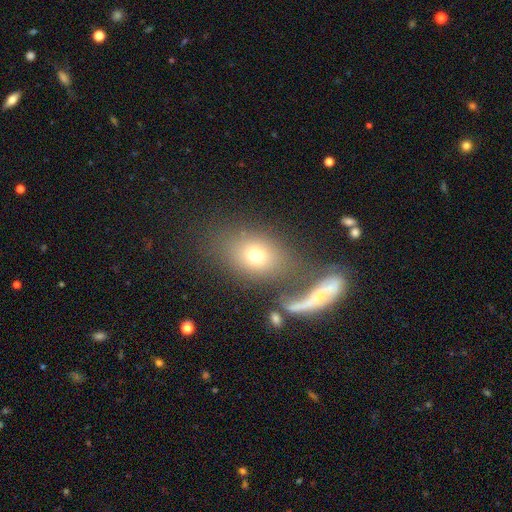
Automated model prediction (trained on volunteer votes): A smooth galaxy with no disk features (69%) that is in between round and cigar-shaped (60%).

Vote fractions:
- Smooth or featured? smooth: 69% / featured or disk: 19% / star or artifact: 12%
- How rounded? in between: 60% / round: 37% / cigar-shaped: 3%
- Merging? none: 56% / merger: 21% / minor disturbance: 12% / major disturbance: 10%